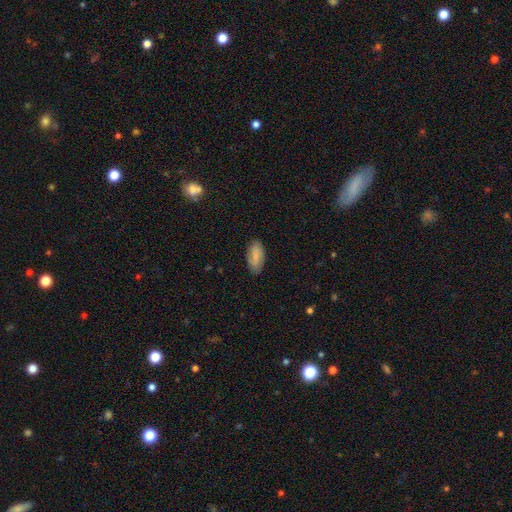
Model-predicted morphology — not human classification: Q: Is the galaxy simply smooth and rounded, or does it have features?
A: smooth — 82%.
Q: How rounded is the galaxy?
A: in between — 90%.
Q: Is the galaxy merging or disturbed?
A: none — 84%.